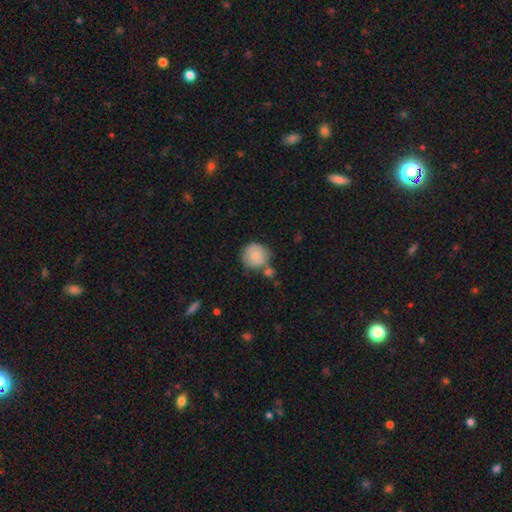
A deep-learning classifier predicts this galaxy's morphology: type=smooth (76%); roundness=round (91%); merging=none (58%).